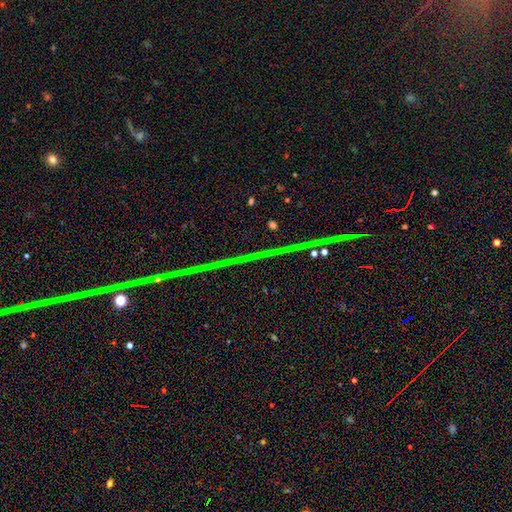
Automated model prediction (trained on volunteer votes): A star or artifact, not a galaxy (88%).

Vote fractions:
- Smooth or featured? star or artifact: 88% / featured or disk: 7% / smooth: 5%